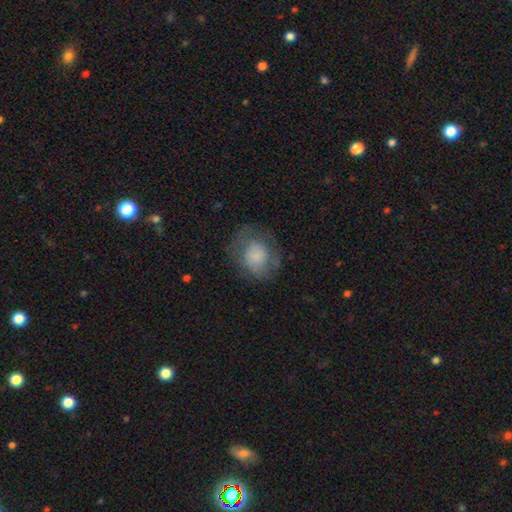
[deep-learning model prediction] The model was most divided on "how rounded": round: 60%, in between: 39%, cigar-shaped: 1%. More confident: smooth or featured — smooth (66%); merging — none (59%).